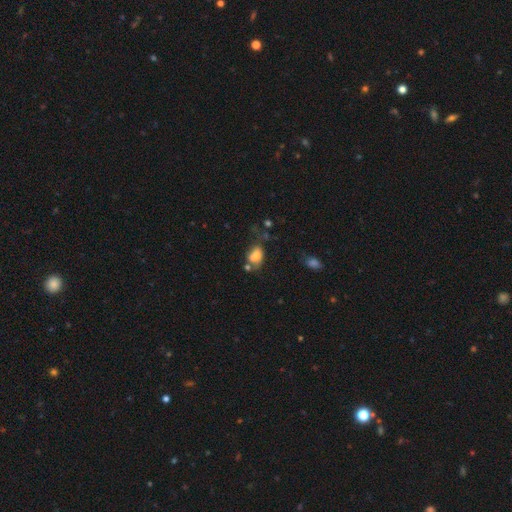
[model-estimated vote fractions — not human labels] Smooth or featured: smooth — 70% (featured or disk — 19%)
How rounded: in between — 77% (round — 21%)
Merging: none — 38% (merger — 25%)